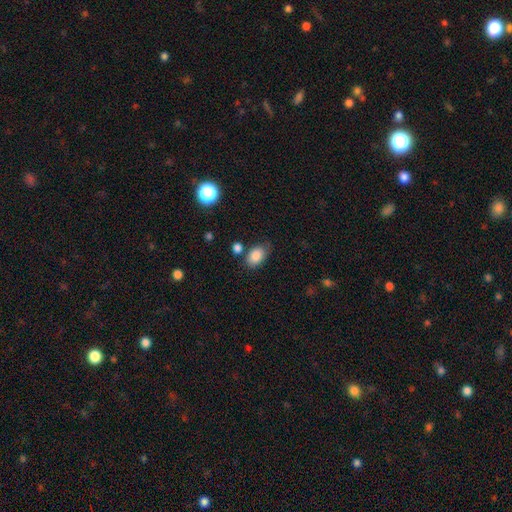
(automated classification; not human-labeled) Smooth or featured? Predicted: smooth (p=0.86). How rounded? Predicted: in between (p=0.85). Merging? Predicted: none (p=0.70).